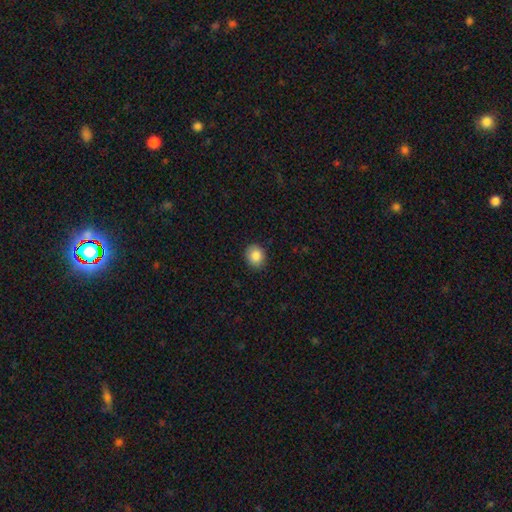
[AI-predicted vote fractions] Smooth or featured?
  - smooth: 87% *
  - star or artifact: 9%
  - featured or disk: 5%
How rounded?
  - round: 71% *
  - in between: 28%
  - cigar-shaped: 1%
Merging?
  - none: 88% *
  - minor disturbance: 9%
  - major disturbance: 2%
  - merger: 1%